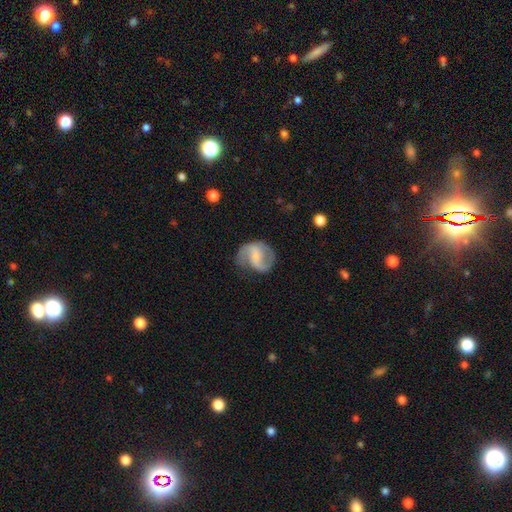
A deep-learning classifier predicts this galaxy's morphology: Q: Smooth or featured?
A: featured or disk (78%); runner-up: smooth (16%)
Q: Edge-on disk?
A: no (98%); runner-up: yes (2%)
Q: Bar?
A: weak (47%); runner-up: no (27%)
Q: Spiral arms?
A: yes (93%); runner-up: no (7%)
Q: Spiral winding?
A: medium (49%); runner-up: loose (33%)
Q: Spiral arm count?
A: 2 (86%); runner-up: 1 (6%)
Q: Bulge size?
A: small (56%); runner-up: moderate (25%)
Q: Merging?
A: none (65%); runner-up: minor disturbance (21%)